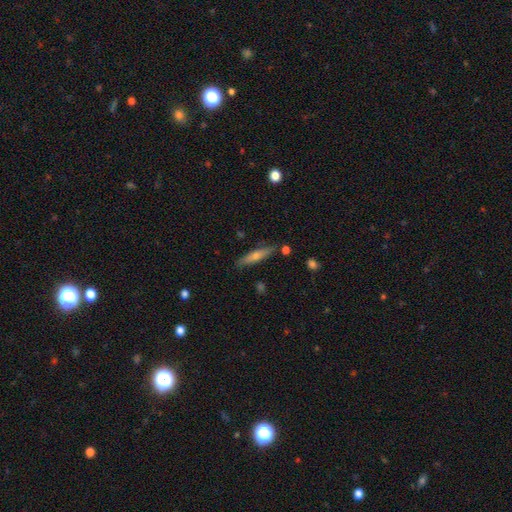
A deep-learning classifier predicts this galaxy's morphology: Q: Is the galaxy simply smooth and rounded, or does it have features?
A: smooth — 50%.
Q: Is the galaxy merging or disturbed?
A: none — 85%.